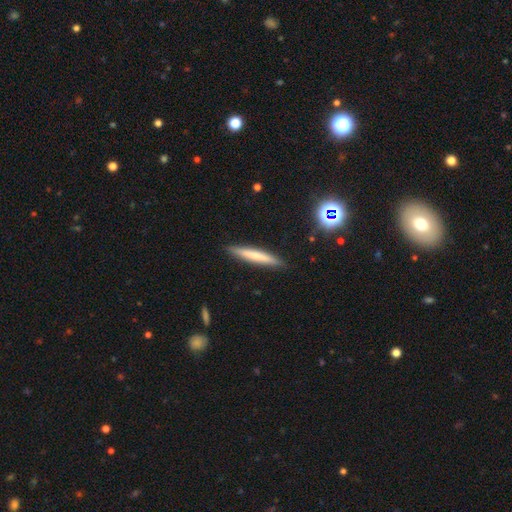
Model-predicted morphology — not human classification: A smooth galaxy with no disk features (64%) that is cigar-shaped (94%).

Vote fractions:
- Smooth or featured? smooth: 64% / featured or disk: 29% / star or artifact: 7%
- How rounded? cigar-shaped: 94% / in between: 4% / round: 1%
- Merging? none: 90% / minor disturbance: 7% / major disturbance: 1% / merger: 1%